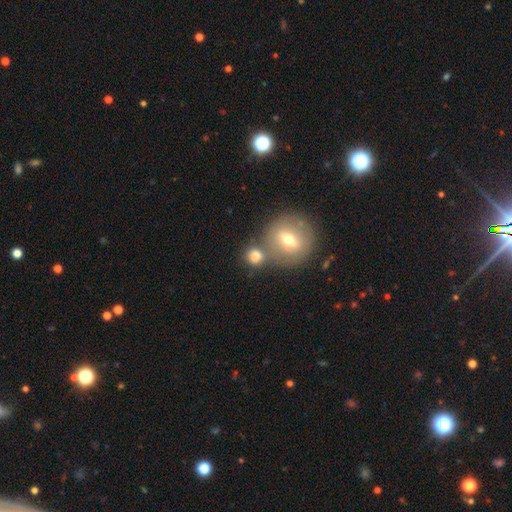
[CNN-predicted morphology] Q: Smooth or featured?
A: smooth (75%); runner-up: featured or disk (16%)
Q: How rounded?
A: round (82%); runner-up: in between (17%)
Q: Merging?
A: none (49%); runner-up: merger (37%)